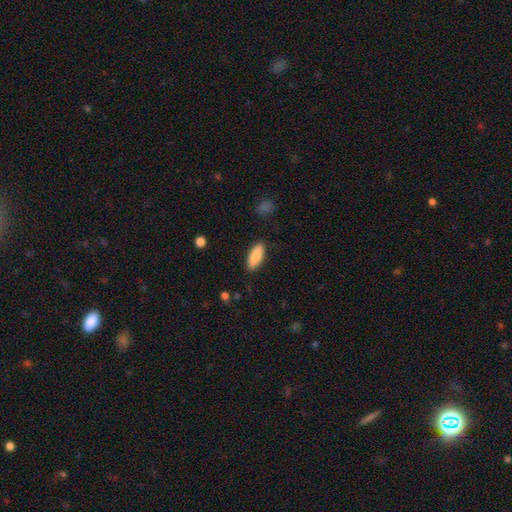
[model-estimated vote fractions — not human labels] Smooth or featured?
  - smooth: 87% *
  - featured or disk: 8%
  - star or artifact: 6%
How rounded?
  - in between: 71% *
  - cigar-shaped: 27%
  - round: 2%
Merging?
  - none: 87% *
  - minor disturbance: 10%
  - major disturbance: 2%
  - merger: 1%